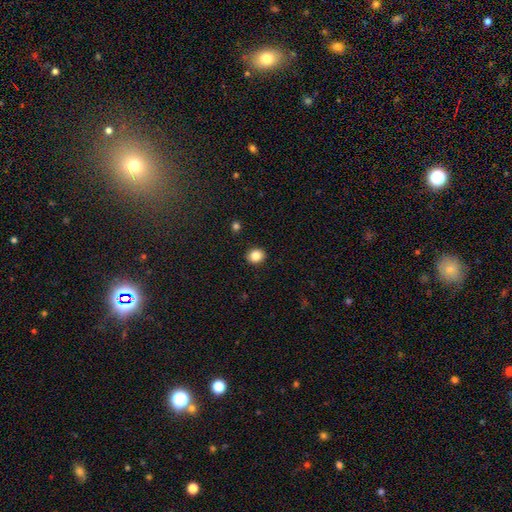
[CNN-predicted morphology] A smooth galaxy with no disk features (86%) that is round (62%). Merging: none (91%).